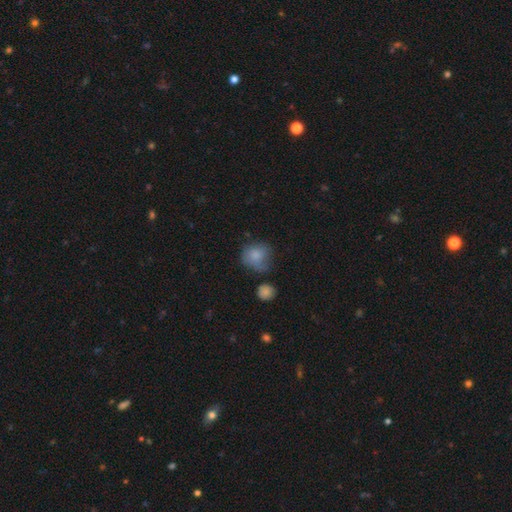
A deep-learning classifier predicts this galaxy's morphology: smooth 80%, featured or disk 12%, star or artifact 8%. Down the decision tree: how rounded — round (73%); merging — none (48%).